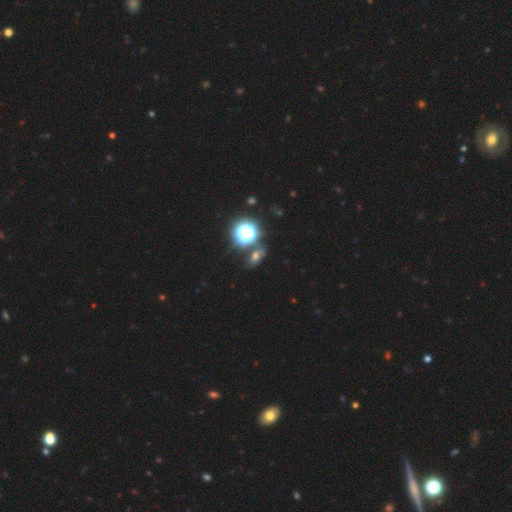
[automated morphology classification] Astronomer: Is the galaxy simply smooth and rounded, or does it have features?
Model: smooth — 44% (runner-up: star or artifact, 40%).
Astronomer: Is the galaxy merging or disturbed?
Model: none — 71%.